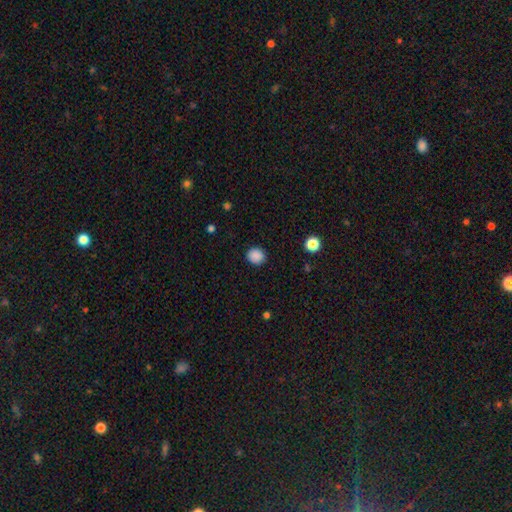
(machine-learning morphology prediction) type=smooth (88%); roundness=round (75%); merging=none (88%).